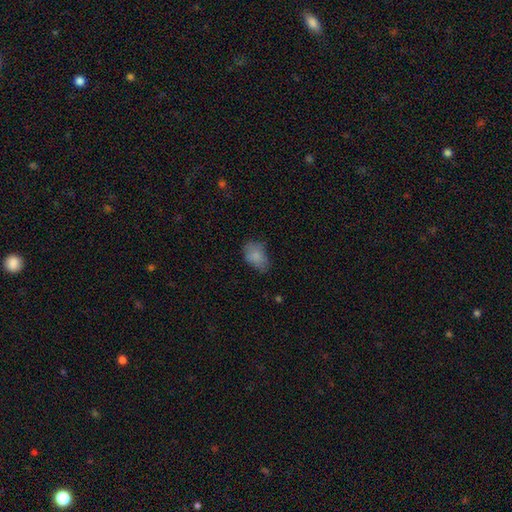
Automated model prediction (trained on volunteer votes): Morphology: type=smooth (80%); roundness=in between (85%); merging=none (54%).